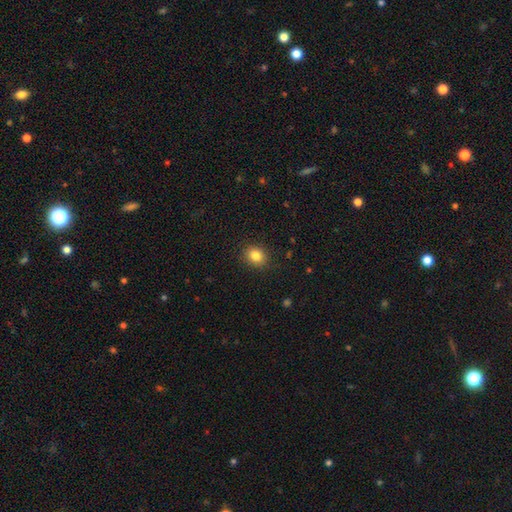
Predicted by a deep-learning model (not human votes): smooth-or-featured: smooth: 83% | star or artifact: 11% | featured or disk: 6%
  how-rounded: round: 72% | in between: 27% | cigar-shaped: 1%
  merging: none: 89% | minor disturbance: 8% | major disturbance: 2% | merger: 1%